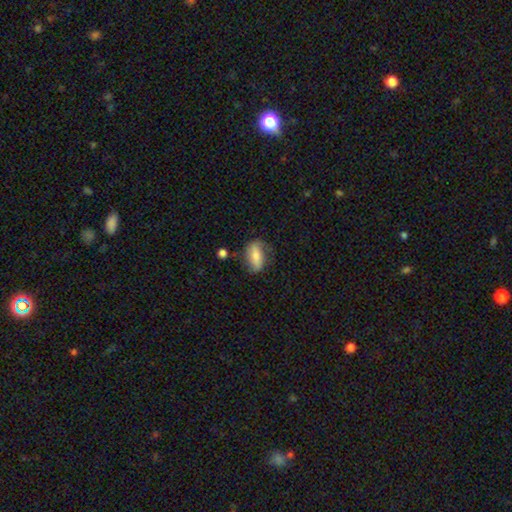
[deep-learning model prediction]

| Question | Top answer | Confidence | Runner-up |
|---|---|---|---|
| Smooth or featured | smooth | 62% | featured or disk (31%) |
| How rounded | in between | 82% | cigar-shaped (11%) |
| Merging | none | 62% | minor disturbance (25%) |